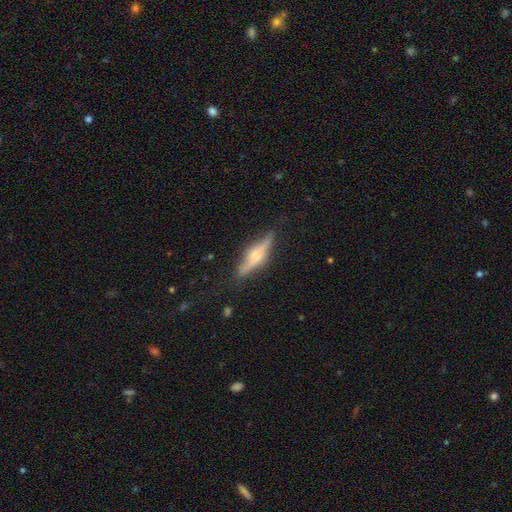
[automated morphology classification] smooth_or_featured: featured or disk (p=0.66) [alt: smooth p=0.27]
disk_edge_on: yes (p=0.95) [alt: no p=0.05]
edge_on_bulge: rounded (p=0.80) [alt: boxy p=0.15]
merging: none (p=0.82) [alt: minor disturbance p=0.13]